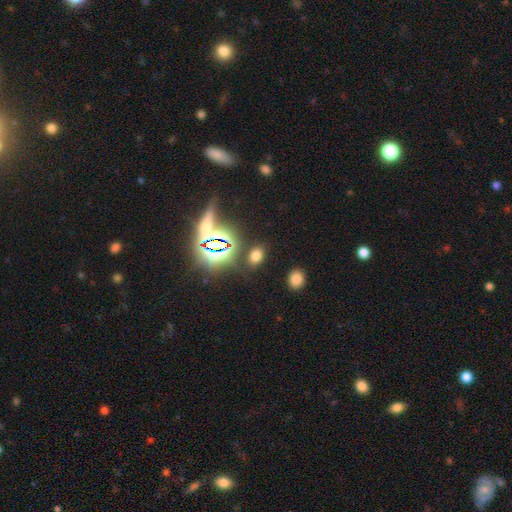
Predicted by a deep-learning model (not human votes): Overall: smooth (63%; star or artifact 30%). How rounded: in between (77%). Merging: none (84%).